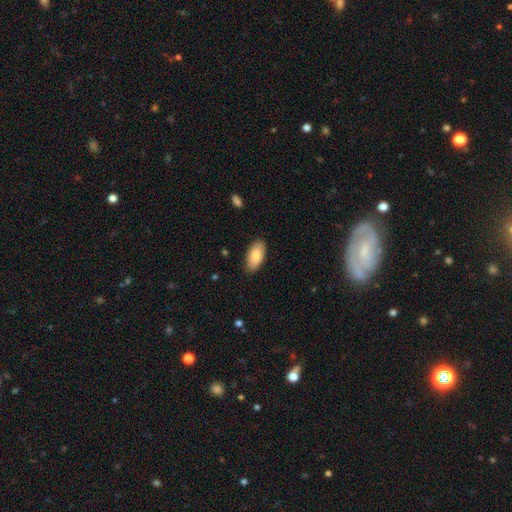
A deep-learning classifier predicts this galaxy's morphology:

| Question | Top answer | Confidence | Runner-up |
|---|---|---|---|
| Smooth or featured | smooth | 83% | featured or disk (11%) |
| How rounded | in between | 94% | cigar-shaped (4%) |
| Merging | none | 86% | minor disturbance (11%) |